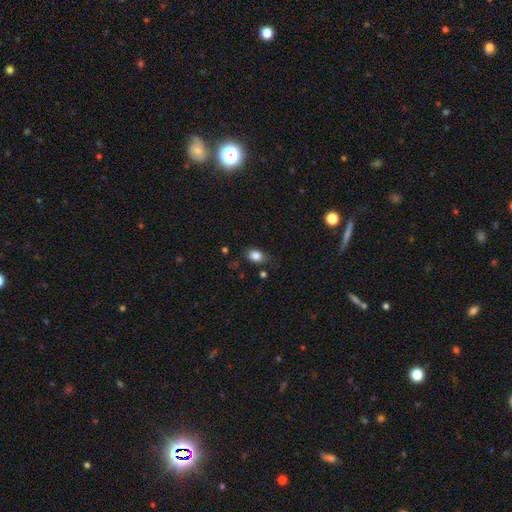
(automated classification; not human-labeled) The model was most divided on "how rounded": in between: 76%, round: 23%, cigar-shaped: 2%. More confident: smooth or featured — smooth (83%); merging — none (74%).